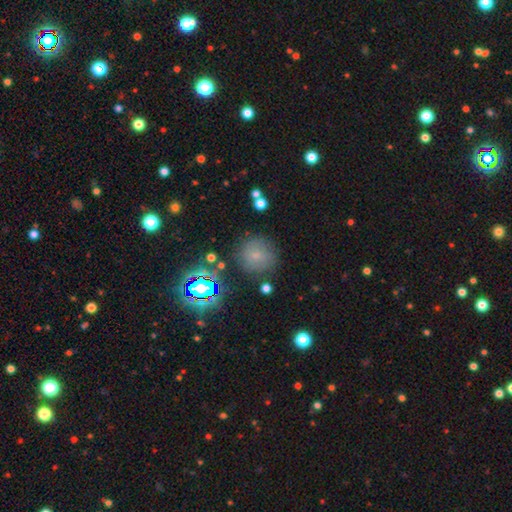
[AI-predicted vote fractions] Q: Smooth or featured?
A: smooth (61%); runner-up: star or artifact (25%)
Q: How rounded?
A: round (92%); runner-up: in between (6%)
Q: Merging?
A: none (82%); runner-up: minor disturbance (11%)